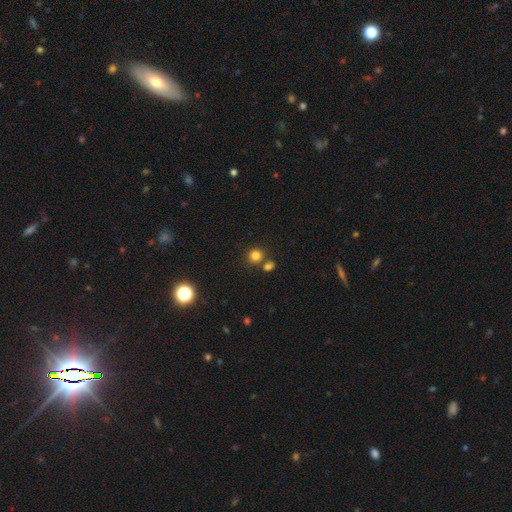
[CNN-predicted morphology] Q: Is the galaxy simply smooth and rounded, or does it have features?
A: smooth — 80%.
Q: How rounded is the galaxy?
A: round — 87%.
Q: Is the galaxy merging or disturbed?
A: none — 68%.